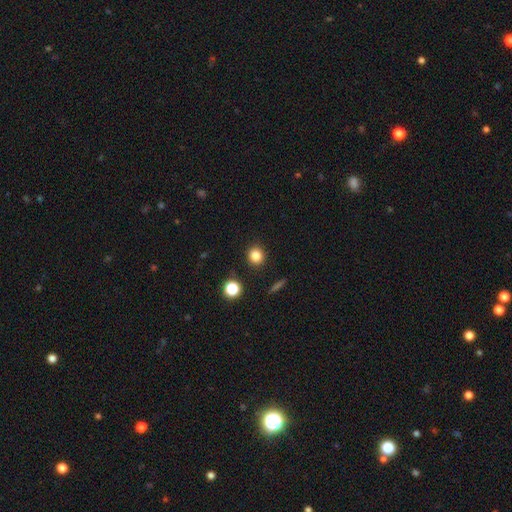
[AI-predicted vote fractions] This is clearly a smooth galaxy (82%). How rounded: clearly round (87%). Merging: clearly none (91%).